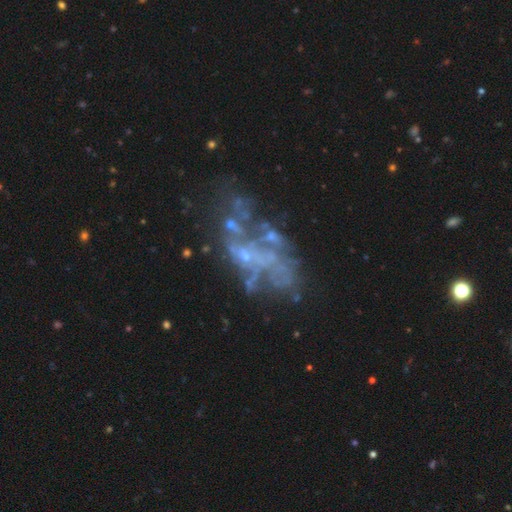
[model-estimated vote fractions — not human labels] smooth-or-featured: featured or disk: 66% | star or artifact: 21% | smooth: 13%
  disk-edge-on: no: 97% | yes: 3%
    bar: no: 90% | weak: 7% | strong: 3%
    has-spiral-arms: no: 88% | yes: 12%
    bulge-size: none: 68% | small: 25% | moderate: 5% | large: 1% | dominant: 1%
  merging: none: 39% | major disturbance: 30% | merger: 16% | minor disturbance: 15%